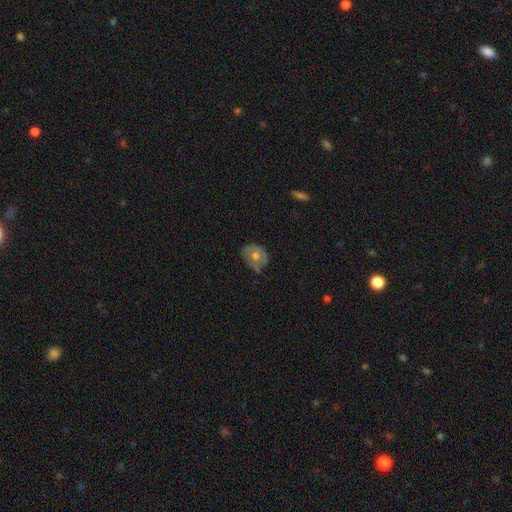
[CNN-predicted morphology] Q: Smooth or featured?
A: smooth (51%); runner-up: featured or disk (39%)
Q: How rounded?
A: round (59%); runner-up: in between (40%)
Q: Merging?
A: none (56%); runner-up: minor disturbance (32%)